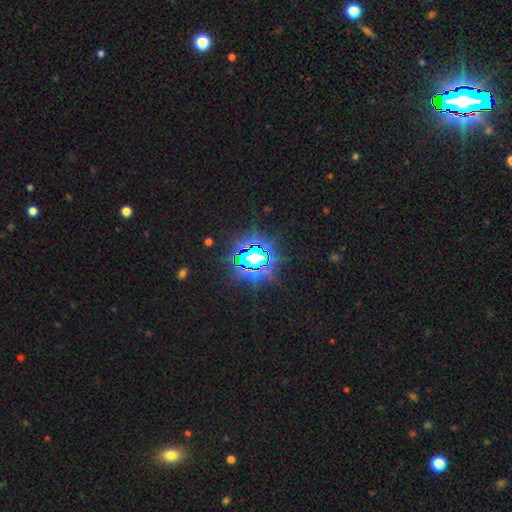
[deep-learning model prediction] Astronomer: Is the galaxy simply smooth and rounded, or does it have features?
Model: star or artifact — 83%.